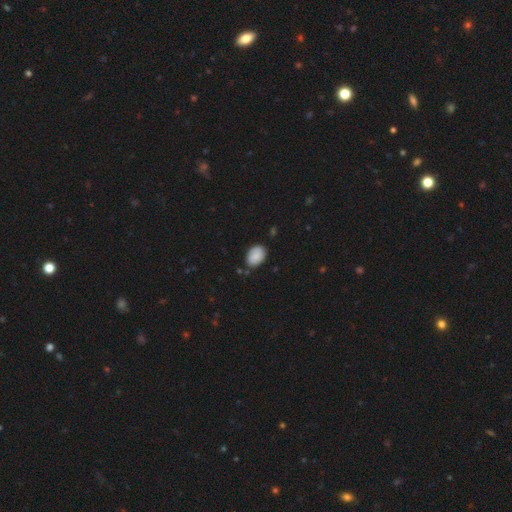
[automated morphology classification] smooth-or-featured: smooth: 85% | featured or disk: 8% | star or artifact: 7%
  how-rounded: in between: 84% | round: 15% | cigar-shaped: 1%
  merging: none: 77% | minor disturbance: 17% | major disturbance: 3% | merger: 3%